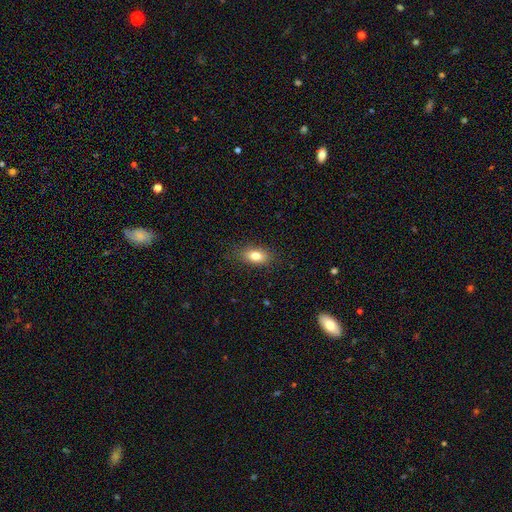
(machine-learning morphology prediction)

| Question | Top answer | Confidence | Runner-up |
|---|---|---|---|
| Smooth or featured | smooth | 80% | featured or disk (11%) |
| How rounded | in between | 85% | round (9%) |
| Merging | none | 84% | minor disturbance (12%) |